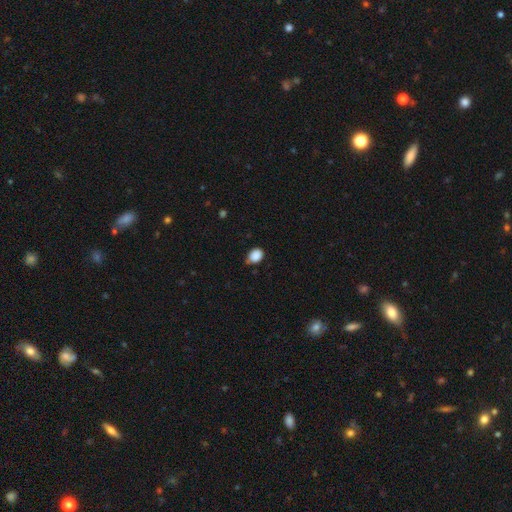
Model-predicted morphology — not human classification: Smooth or featured: smooth — 88% (star or artifact — 9%)
How rounded: in between — 63% (round — 36%)
Merging: none — 61% (minor disturbance — 32%)